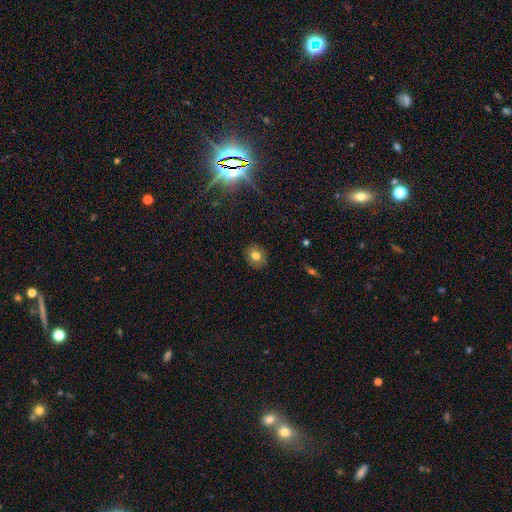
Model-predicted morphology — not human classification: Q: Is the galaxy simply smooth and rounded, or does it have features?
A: smooth — 77%.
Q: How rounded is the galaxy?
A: round — 69%.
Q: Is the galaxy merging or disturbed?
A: none — 88%.